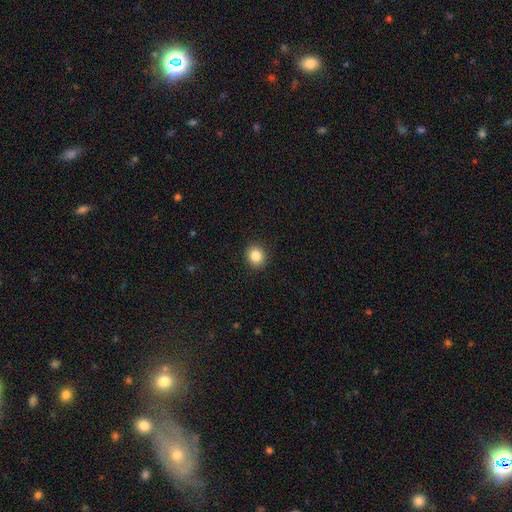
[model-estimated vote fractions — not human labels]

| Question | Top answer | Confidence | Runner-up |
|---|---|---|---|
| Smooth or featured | smooth | 85% | star or artifact (10%) |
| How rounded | round | 81% | in between (19%) |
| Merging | none | 91% | minor disturbance (6%) |